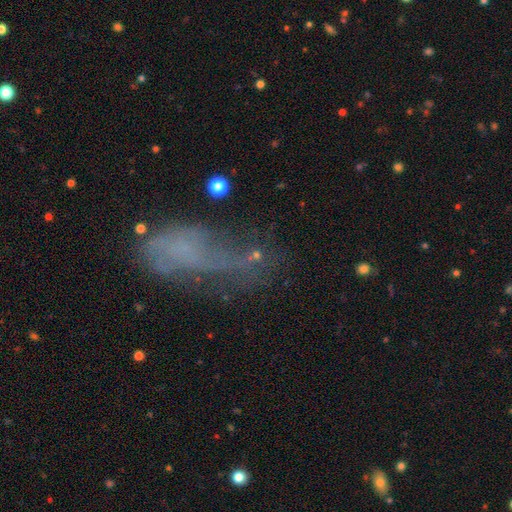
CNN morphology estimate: Q: Smooth or featured?
A: featured or disk (36%); tied with: smooth (36%)
Q: Merging?
A: none (48%); runner-up: major disturbance (25%)